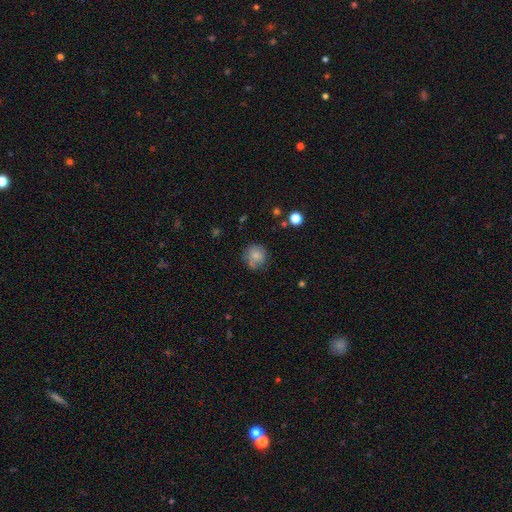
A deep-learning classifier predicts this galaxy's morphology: smooth 74%, featured or disk 17%, star or artifact 10%. Down the decision tree: how rounded — round (87%); merging — none (66%).